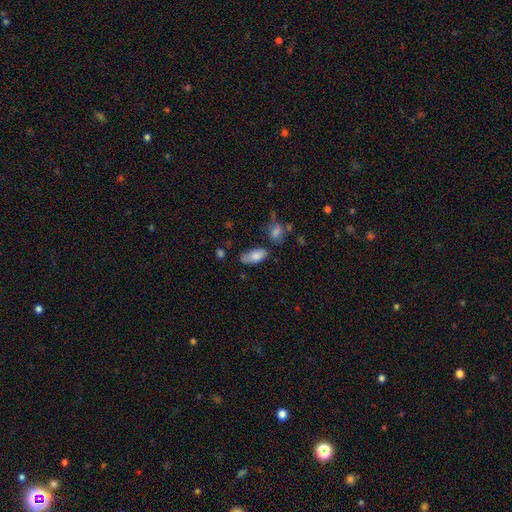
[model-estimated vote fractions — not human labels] A smooth galaxy with no disk features (80%) that is in between round and cigar-shaped (87%).

Vote fractions:
- Smooth or featured? smooth: 80% / featured or disk: 13% / star or artifact: 7%
- How rounded? in between: 87% / cigar-shaped: 10% / round: 3%
- Merging? none: 65% / minor disturbance: 23% / major disturbance: 6% / merger: 6%